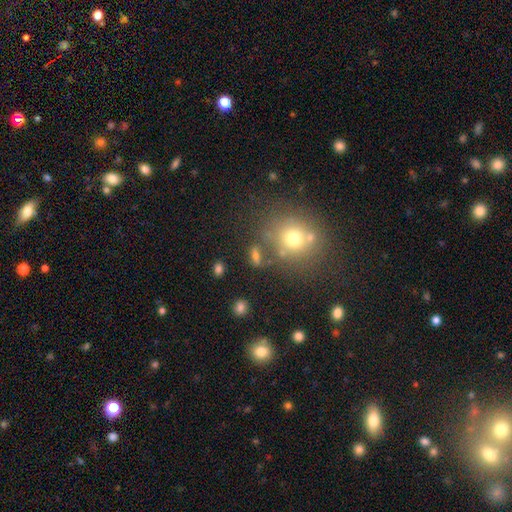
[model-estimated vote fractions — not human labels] Q: Smooth or featured?
A: smooth (62%); runner-up: featured or disk (19%)
Q: How rounded?
A: in between (57%); runner-up: round (25%)
Q: Merging?
A: none (65%); runner-up: minor disturbance (15%)